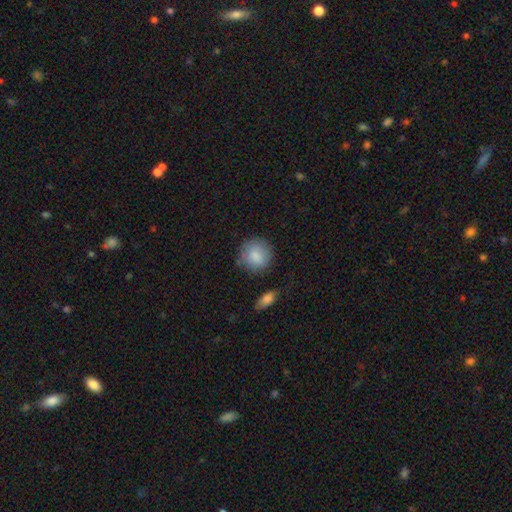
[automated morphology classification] A smooth galaxy with no disk features (86%) that is round (91%).

Vote fractions:
- Smooth or featured? smooth: 86% / featured or disk: 7% / star or artifact: 6%
- How rounded? round: 91% / in between: 8% / cigar-shaped: 1%
- Merging? none: 80% / minor disturbance: 13% / major disturbance: 4% / merger: 4%